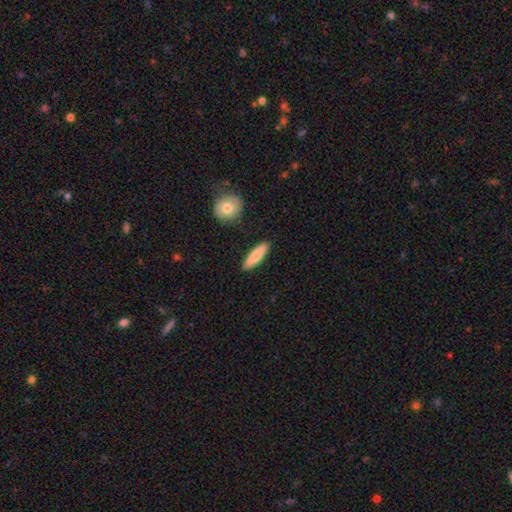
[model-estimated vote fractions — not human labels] Smooth or featured? smooth (74%)
How rounded? cigar-shaped (63%)
Merging? none (87%)